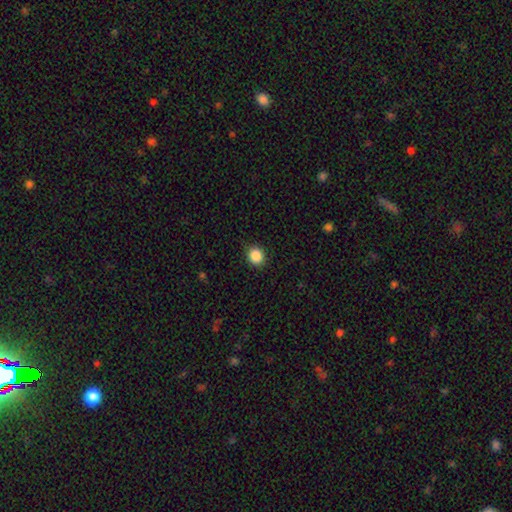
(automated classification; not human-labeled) smooth 88%, star or artifact 9%, featured or disk 3%. Down the decision tree: how rounded — round (80%); merging — none (88%).